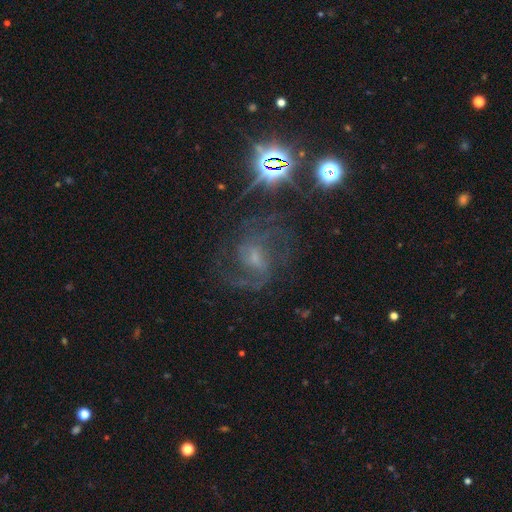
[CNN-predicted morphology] type=featured or disk (72%); edge-on=no (97%); bar=weak (52%); spiral arms=yes (94%); winding=medium (53%); arm count=2 (64%); bulge=small (57%); merging=none (67%).